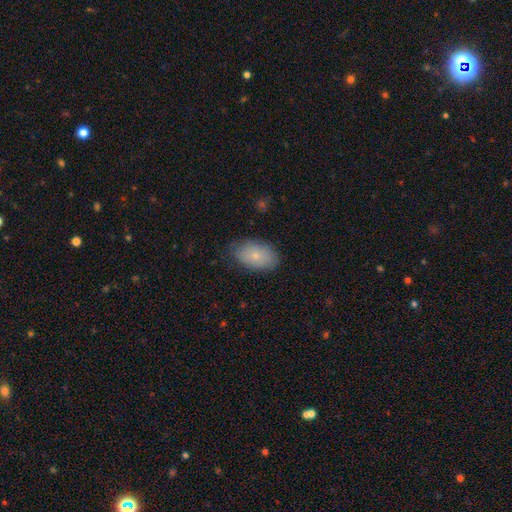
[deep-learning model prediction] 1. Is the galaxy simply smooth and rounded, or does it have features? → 79% smooth, 14% featured or disk, 7% star or artifact.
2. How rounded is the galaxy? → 91% in between, 8% round, 1% cigar-shaped.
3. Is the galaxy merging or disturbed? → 78% none, 18% minor disturbance, 4% major disturbance, 1% merger.